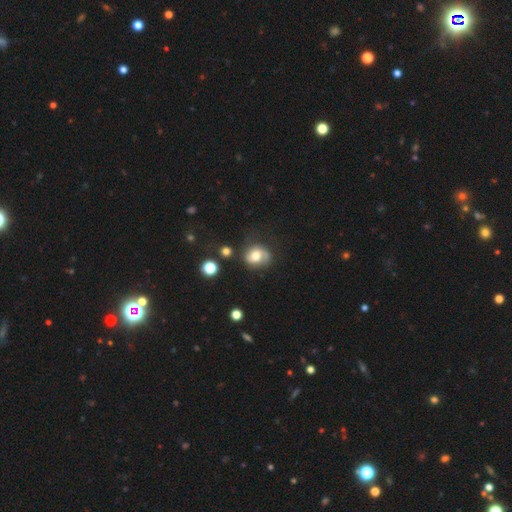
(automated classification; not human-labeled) Smooth or featured: smooth — 51% (featured or disk — 39%)
How rounded: round — 64% (in between — 35%)
Merging: none — 54% (minor disturbance — 26%)